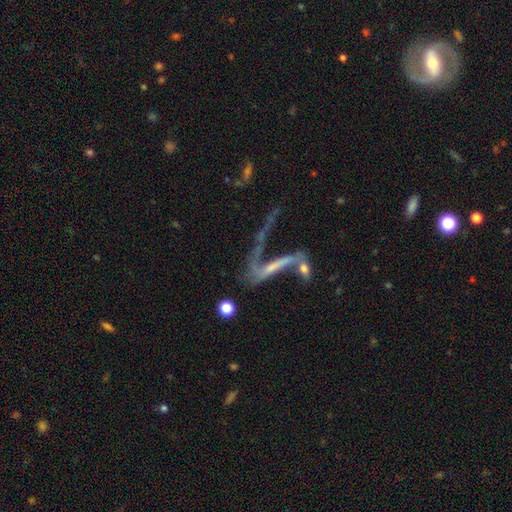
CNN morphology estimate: This is likely a featured or disk galaxy (64%). It is likely not viewed edge-on (75%). Merging: marginally merger (38%).